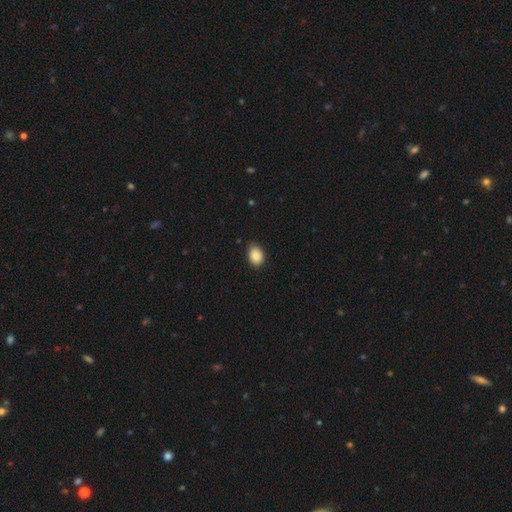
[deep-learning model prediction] This appears to be a smooth galaxy with no disk features (89%) that is in between round and cigar-shaped (80%). Merging: none (75%).